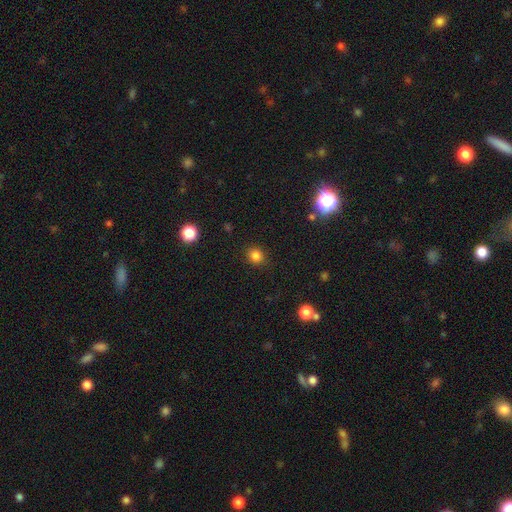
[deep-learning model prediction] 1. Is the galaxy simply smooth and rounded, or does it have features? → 82% smooth, 13% star or artifact, 5% featured or disk.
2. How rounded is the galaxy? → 80% round, 19% in between, 1% cigar-shaped.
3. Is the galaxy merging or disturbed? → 89% none, 8% minor disturbance, 2% major disturbance, 1% merger.